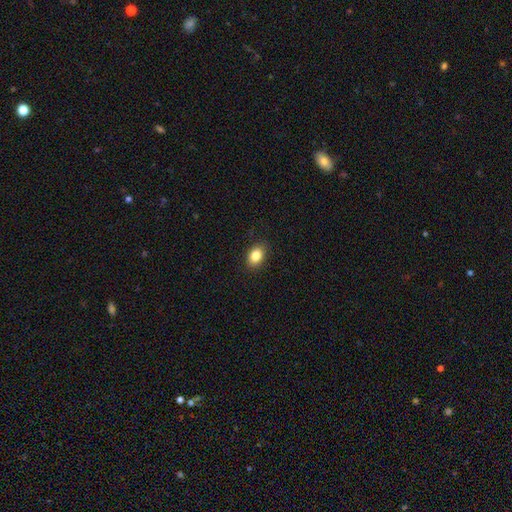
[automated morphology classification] Smooth or featured?
  - smooth: 85% *
  - star or artifact: 9%
  - featured or disk: 6%
How rounded?
  - in between: 76% *
  - round: 23%
  - cigar-shaped: 1%
Merging?
  - none: 89% *
  - minor disturbance: 8%
  - major disturbance: 2%
  - merger: 1%